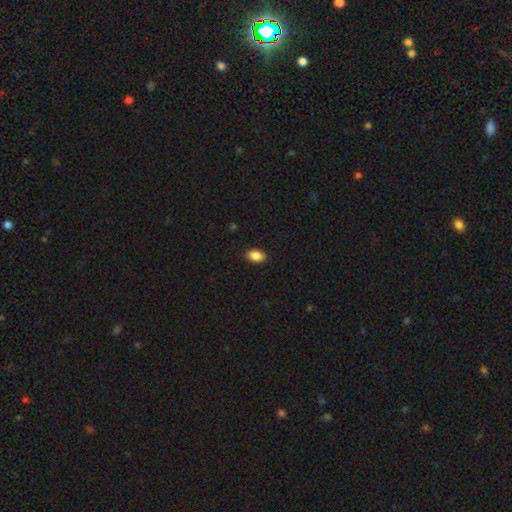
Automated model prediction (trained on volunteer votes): smooth_or_featured: smooth (p=0.89) [alt: star or artifact p=0.08]
how_rounded: in between (p=0.86) [alt: round p=0.12]
merging: none (p=0.90) [alt: minor disturbance p=0.08]